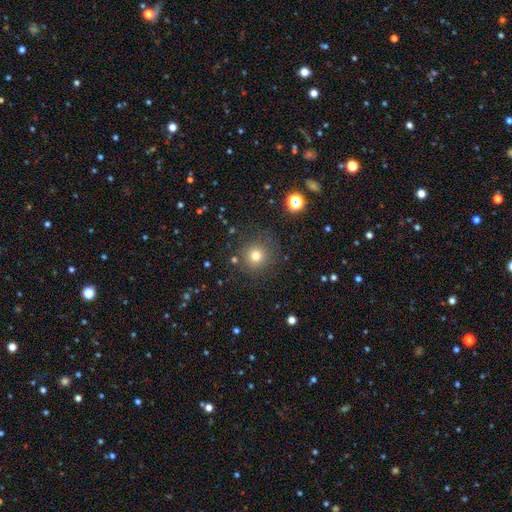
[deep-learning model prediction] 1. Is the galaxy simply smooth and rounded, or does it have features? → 75% smooth, 17% star or artifact, 8% featured or disk.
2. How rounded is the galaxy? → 94% round, 5% in between, 1% cigar-shaped.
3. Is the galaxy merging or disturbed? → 85% none, 9% minor disturbance, 4% major disturbance, 3% merger.